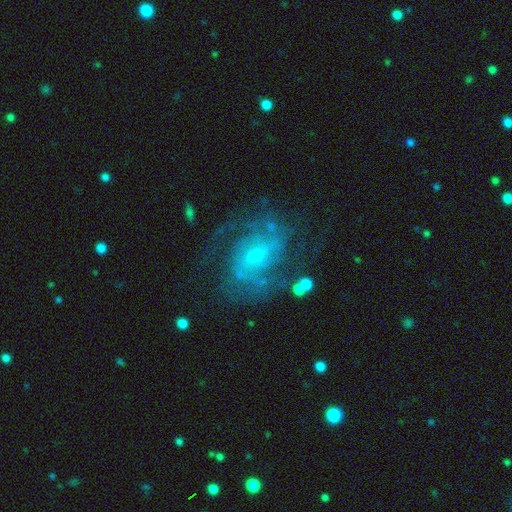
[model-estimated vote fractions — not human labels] Smooth or featured? Predicted: featured or disk (p=0.85). Edge-on disk? Predicted: no (p=0.97). Bar? Predicted: weak (p=0.58). Spiral arms? Predicted: yes (p=0.95). Spiral winding? Predicted: medium (p=0.51). Spiral arm count? Predicted: 2 (p=0.56). Bulge size? Predicted: small (p=0.53). Merging? Predicted: none (p=0.69).